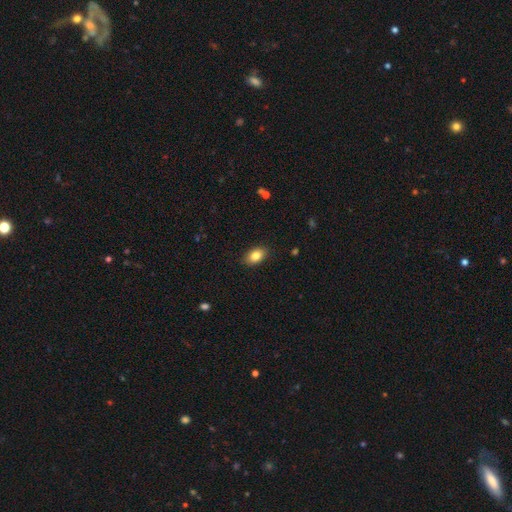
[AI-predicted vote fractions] This appears to be a smooth galaxy with no disk features (83%) that is in between round and cigar-shaped (87%). Merging: none (88%).